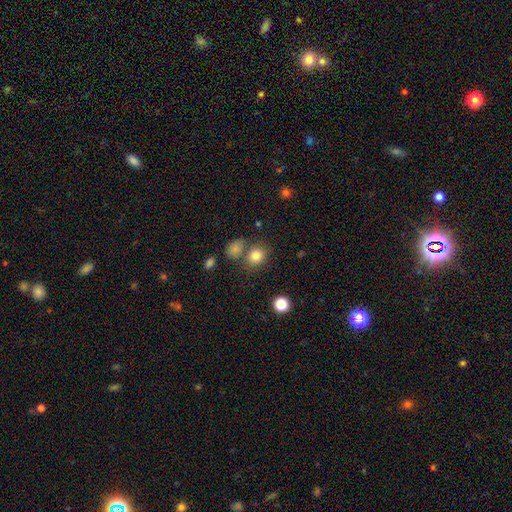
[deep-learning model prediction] Smooth or featured: smooth — 82% (star or artifact — 12%)
How rounded: round — 69% (in between — 30%)
Merging: none — 64% (merger — 20%)